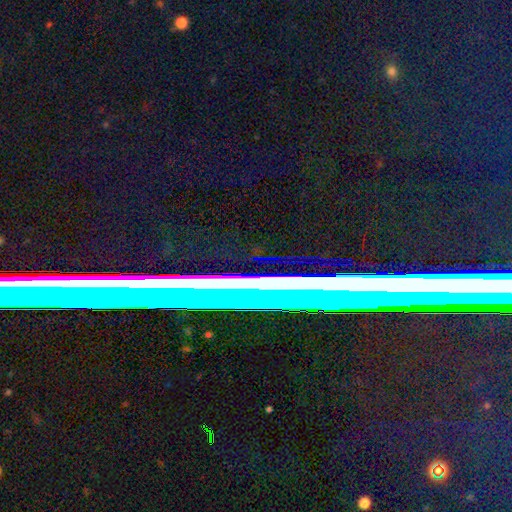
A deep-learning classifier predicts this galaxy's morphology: Smooth or featured? star or artifact (70%)